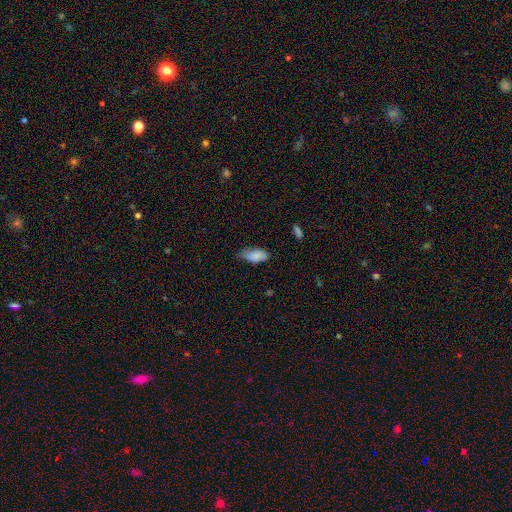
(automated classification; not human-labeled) Overall: smooth (85%). How rounded: in between (90%). Merging: none (58%; minor disturbance 35%).